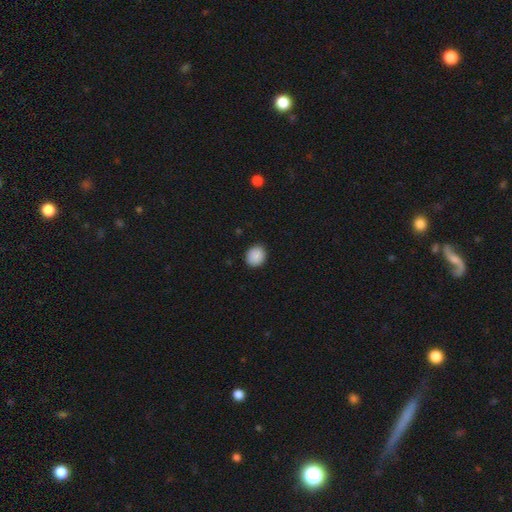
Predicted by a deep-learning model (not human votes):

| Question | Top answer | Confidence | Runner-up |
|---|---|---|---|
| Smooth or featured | smooth | 89% | star or artifact (8%) |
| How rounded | round | 71% | in between (28%) |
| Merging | none | 90% | minor disturbance (7%) |